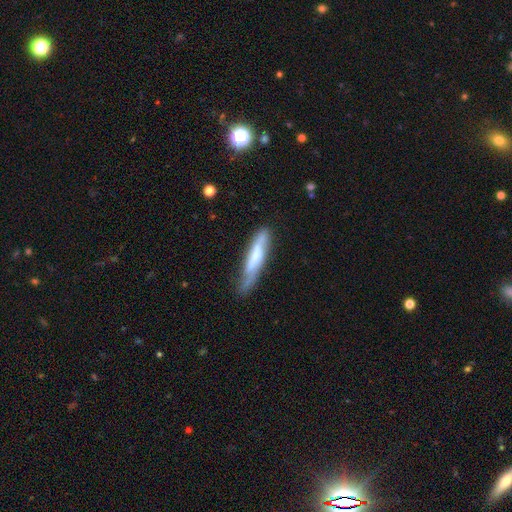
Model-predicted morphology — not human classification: Smooth or featured? smooth (50%)
How rounded? cigar-shaped (87%)
Merging? none (66%)